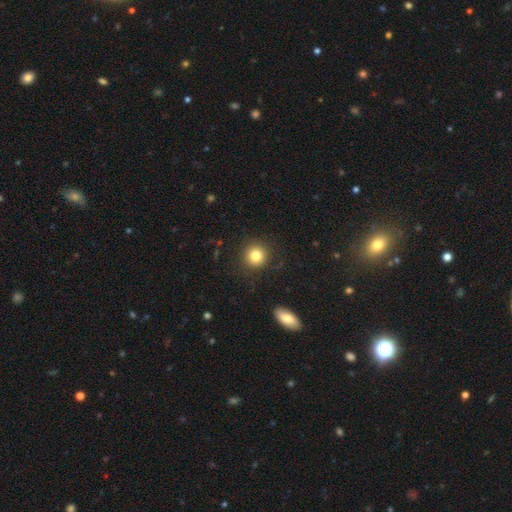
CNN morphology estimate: Smooth or featured: smooth — 81% (star or artifact — 11%)
How rounded: round — 92% (in between — 7%)
Merging: none — 89% (minor disturbance — 7%)